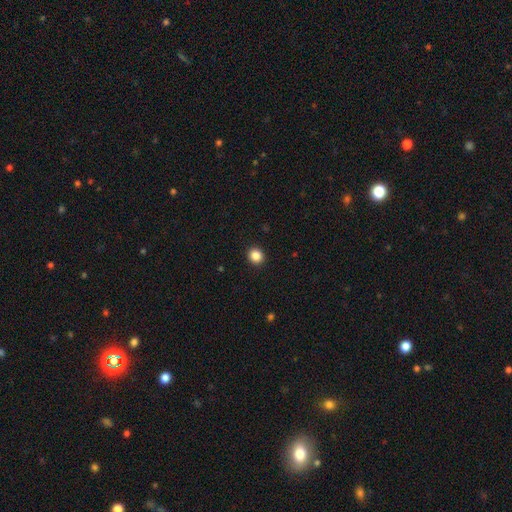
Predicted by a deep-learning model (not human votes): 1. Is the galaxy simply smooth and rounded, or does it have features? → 86% smooth, 10% star or artifact, 4% featured or disk.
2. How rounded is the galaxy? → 87% round, 12% in between, 1% cigar-shaped.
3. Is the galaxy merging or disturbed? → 93% none, 5% minor disturbance, 2% major disturbance, 1% merger.